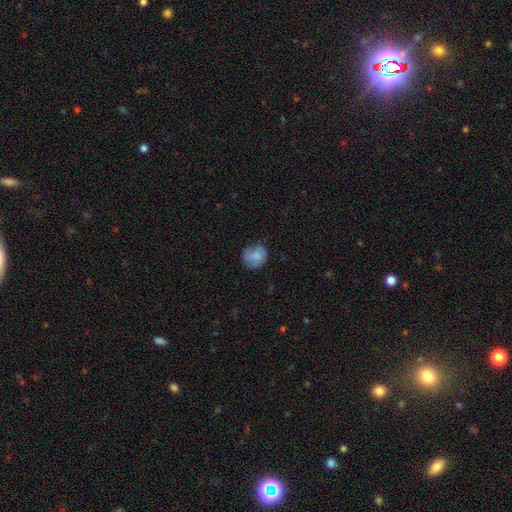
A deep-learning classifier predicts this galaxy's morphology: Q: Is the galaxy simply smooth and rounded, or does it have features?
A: smooth — 66%.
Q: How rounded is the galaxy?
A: round — 72%.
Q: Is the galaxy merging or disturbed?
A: none — 61%.